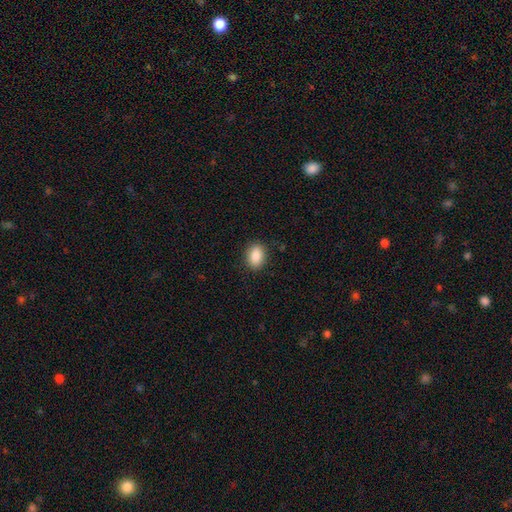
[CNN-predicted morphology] smooth 87%, star or artifact 8%, featured or disk 5%. Down the decision tree: how rounded — in between (76%); merging — none (87%).